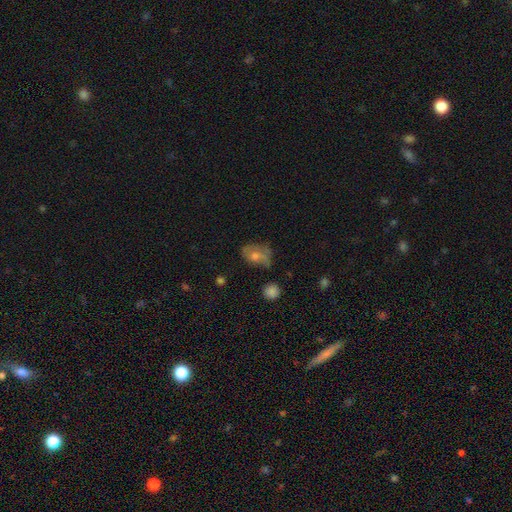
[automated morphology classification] Smooth or featured? smooth (51%)
How rounded? in between (74%)
Merging? none (51%)